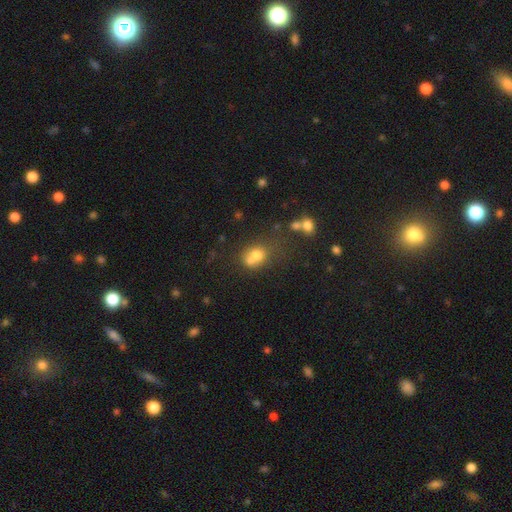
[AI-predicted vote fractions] A smooth galaxy with no disk features (68%) that is round (63%). Merging: merger (50%).